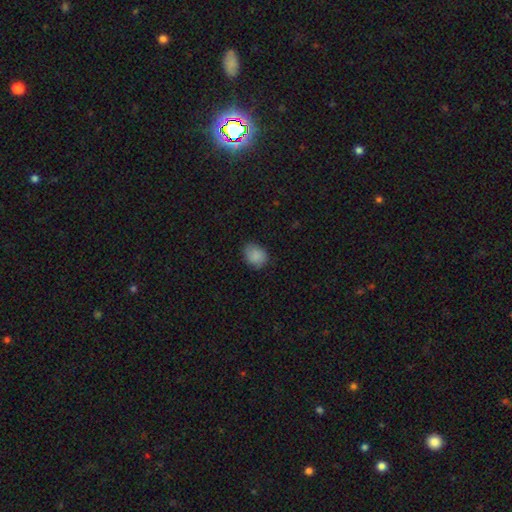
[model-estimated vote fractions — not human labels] Smooth or featured?
  - smooth: 85% *
  - star or artifact: 8%
  - featured or disk: 7%
How rounded?
  - round: 52% *
  - in between: 47%
  - cigar-shaped: 1%
Merging?
  - none: 75% *
  - minor disturbance: 20%
  - major disturbance: 4%
  - merger: 1%